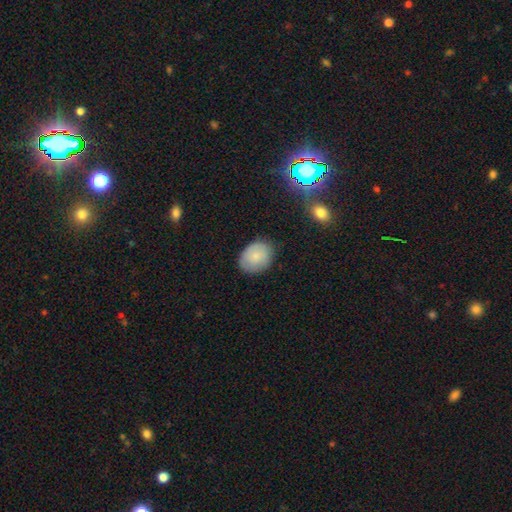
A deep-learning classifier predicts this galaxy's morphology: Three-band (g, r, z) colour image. It shows a smooth galaxy with no disk features (80%) that is in between round and cigar-shaped (58%). Merging: none (79%).